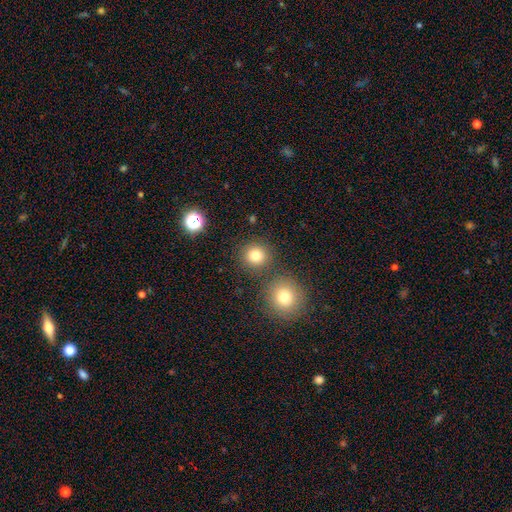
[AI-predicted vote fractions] Smooth or featured?
  - smooth: 80% *
  - star or artifact: 14%
  - featured or disk: 6%
How rounded?
  - round: 91% *
  - in between: 8%
  - cigar-shaped: 1%
Merging?
  - none: 82% *
  - merger: 9%
  - minor disturbance: 7%
  - major disturbance: 3%